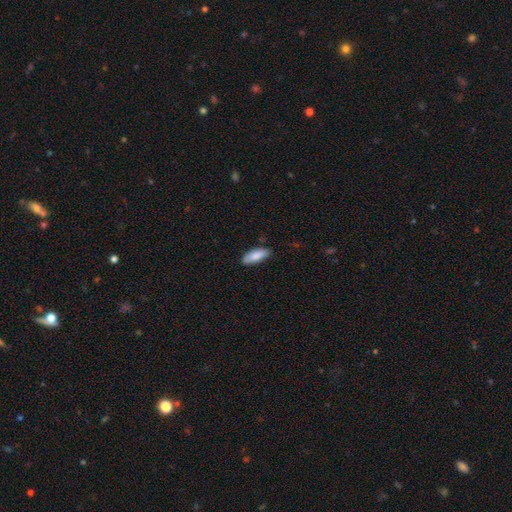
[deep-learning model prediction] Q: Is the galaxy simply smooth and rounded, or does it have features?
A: smooth — 87%.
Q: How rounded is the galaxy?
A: in between — 72%.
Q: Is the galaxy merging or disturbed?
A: none — 81%.